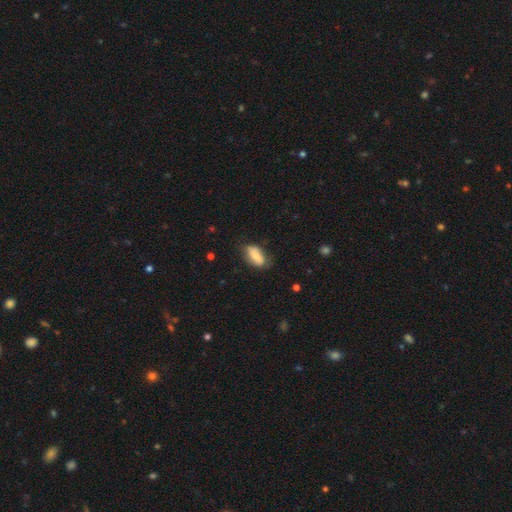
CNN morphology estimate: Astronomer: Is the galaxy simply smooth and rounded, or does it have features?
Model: smooth — 77%.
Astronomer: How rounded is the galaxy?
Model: in between — 89%.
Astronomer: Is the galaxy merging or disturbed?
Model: none — 68%.